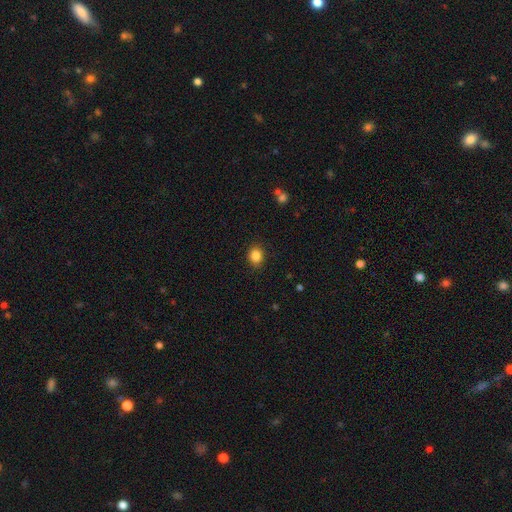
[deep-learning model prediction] Smooth or featured? smooth (86%)
How rounded? round (64%)
Merging? none (89%)